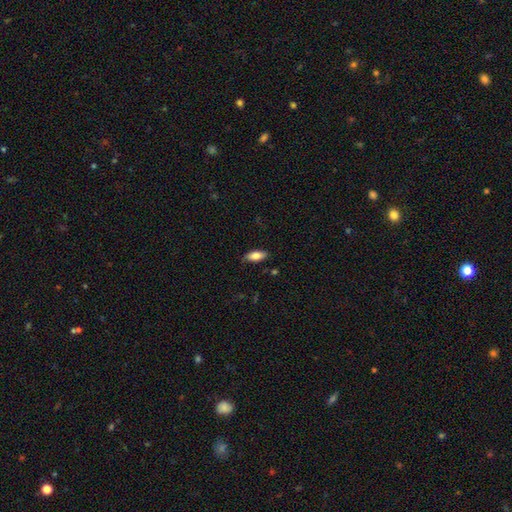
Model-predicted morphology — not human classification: This appears to be a smooth galaxy with no disk features (78%) that is in between round and cigar-shaped (81%). Merging: none (83%).